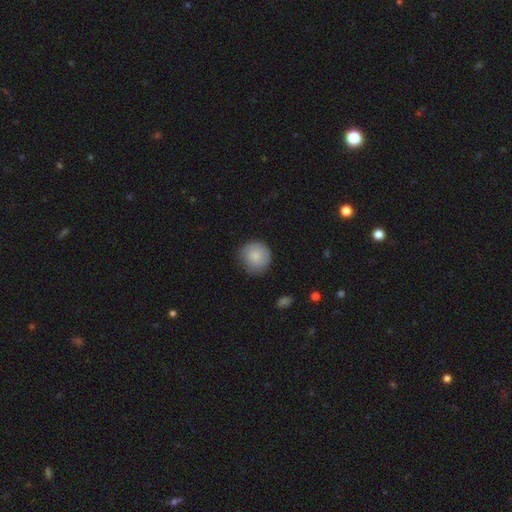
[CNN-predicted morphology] smooth-or-featured: smooth: 81% | featured or disk: 13% | star or artifact: 6%
  how-rounded: round: 90% | in between: 9% | cigar-shaped: 1%
  merging: none: 72% | minor disturbance: 22% | major disturbance: 4% | merger: 1%